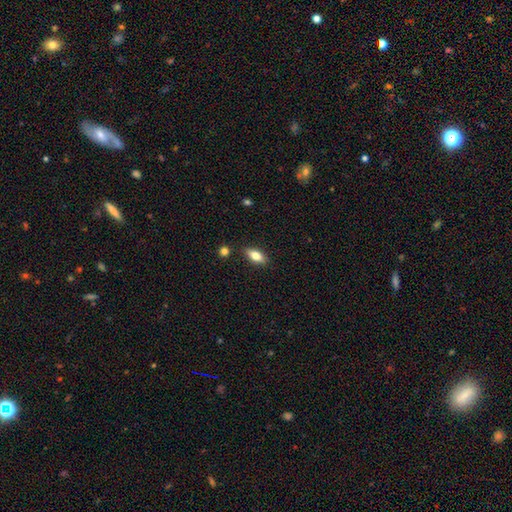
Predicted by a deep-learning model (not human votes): smooth_or_featured: smooth (p=0.73) [alt: featured or disk p=0.20]
how_rounded: in between (p=0.79) [alt: cigar-shaped p=0.18]
merging: none (p=0.85) [alt: minor disturbance p=0.10]